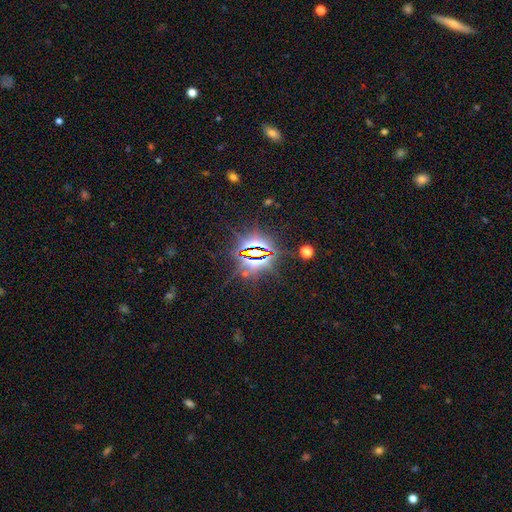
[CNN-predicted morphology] A star or artifact, not a galaxy (82%).